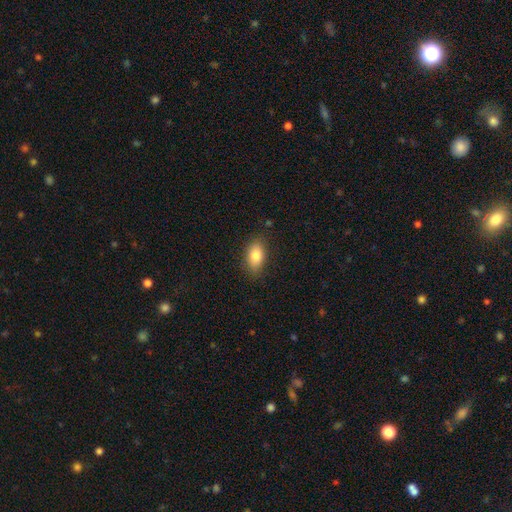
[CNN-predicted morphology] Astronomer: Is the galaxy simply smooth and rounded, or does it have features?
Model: smooth — 82%.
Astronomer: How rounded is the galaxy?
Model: in between — 88%.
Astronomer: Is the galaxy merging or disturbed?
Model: none — 84%.